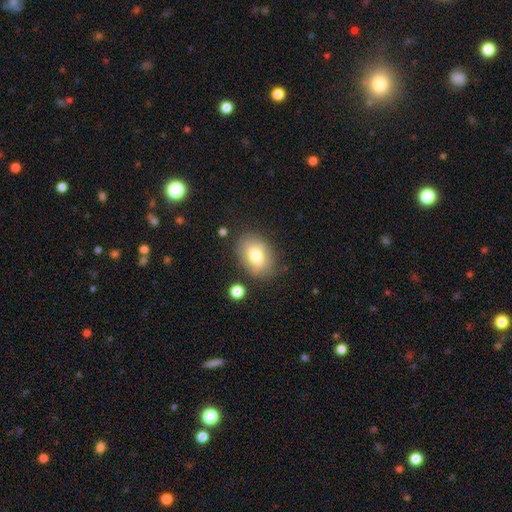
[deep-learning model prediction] This appears to be a smooth galaxy with no disk features (72%) that is in between round and cigar-shaped (80%). Merging: none (72%).